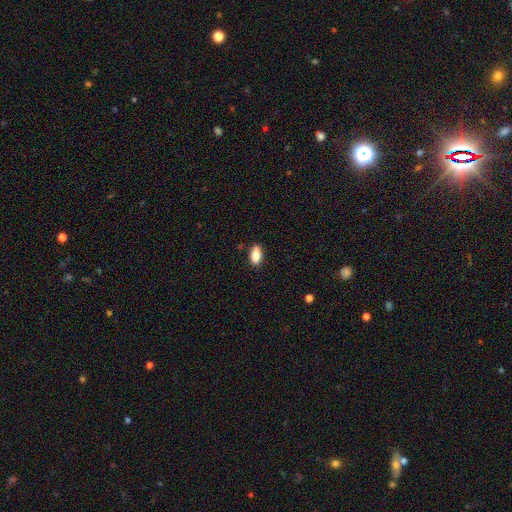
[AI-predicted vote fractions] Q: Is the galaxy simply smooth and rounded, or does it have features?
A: smooth — 85%.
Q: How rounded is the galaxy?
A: in between — 91%.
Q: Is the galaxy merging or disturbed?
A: none — 83%.